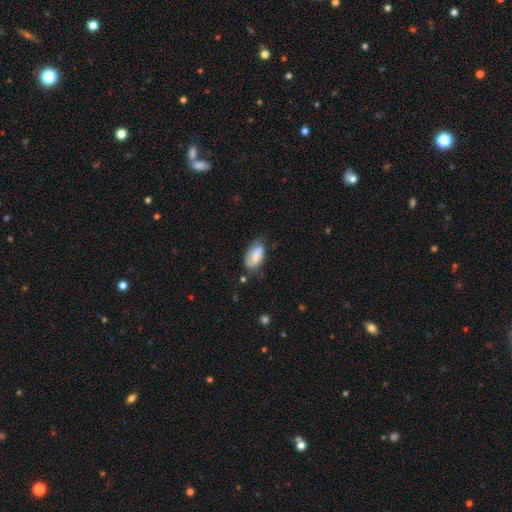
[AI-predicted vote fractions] Morphology: type=smooth (60%); roundness=in between (91%); merging=none (53%).